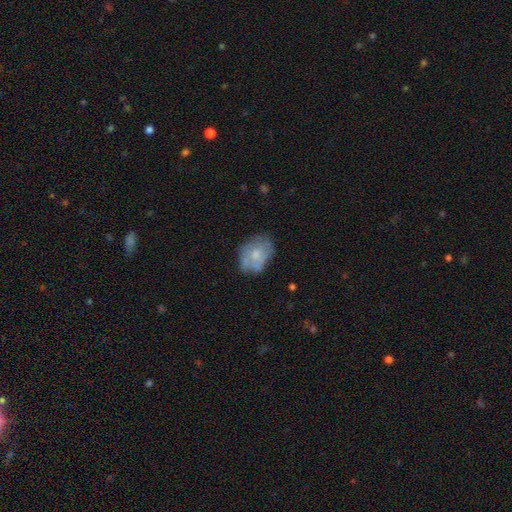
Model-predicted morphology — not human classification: Overall: smooth (53%; featured or disk 40%). How rounded: in between (70%). Merging: none (53%; minor disturbance 28%).